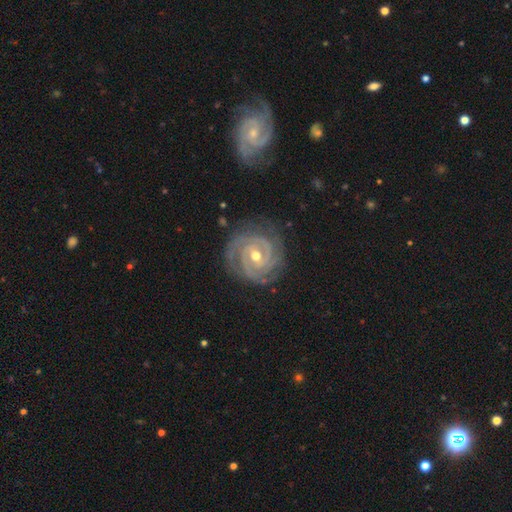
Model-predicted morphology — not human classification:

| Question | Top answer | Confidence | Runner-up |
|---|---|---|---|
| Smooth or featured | featured or disk | 92% | star or artifact (5%) |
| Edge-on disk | no | 98% | yes (2%) |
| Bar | no | 40% | weak (38%) |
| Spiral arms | yes | 99% | no (1%) |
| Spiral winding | tight | 81% | medium (17%) |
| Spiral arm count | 2 | 38% | 3 (34%) |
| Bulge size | moderate | 56% | small (41%) |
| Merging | none | 80% | minor disturbance (14%) |